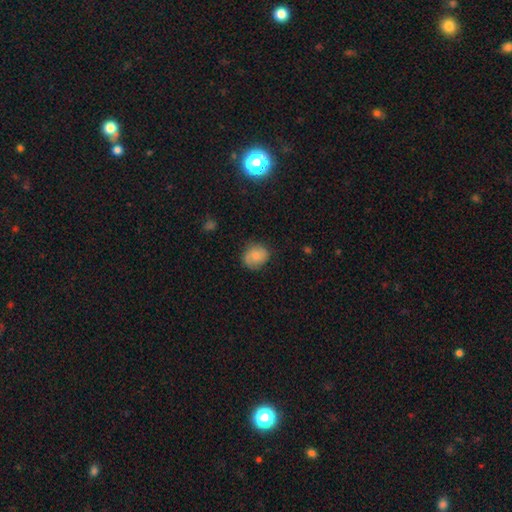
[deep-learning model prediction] smooth_or_featured: smooth (p=0.74) [alt: featured or disk p=0.17]
how_rounded: round (p=0.74) [alt: in between p=0.25]
merging: none (p=0.77) [alt: minor disturbance p=0.18]